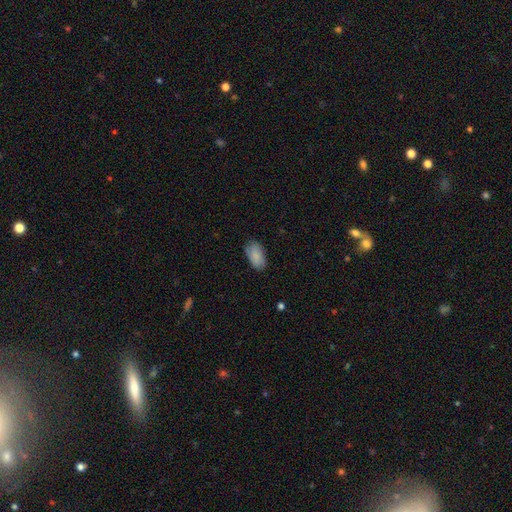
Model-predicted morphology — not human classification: This appears to be a smooth galaxy with no disk features (87%) that is in between round and cigar-shaped (94%). Merging: none (82%).